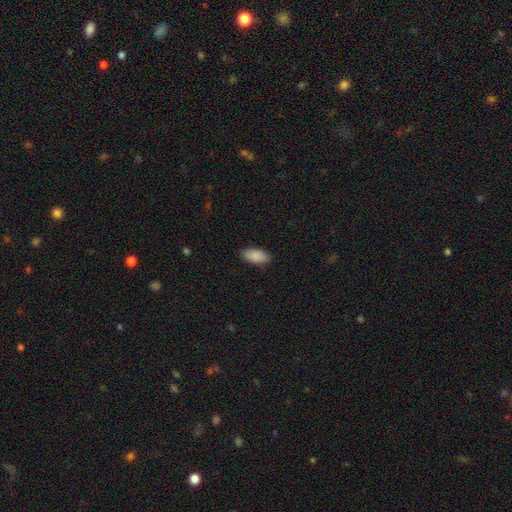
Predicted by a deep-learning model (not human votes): Morphology: type=smooth (90%); roundness=in between (90%); merging=none (88%).